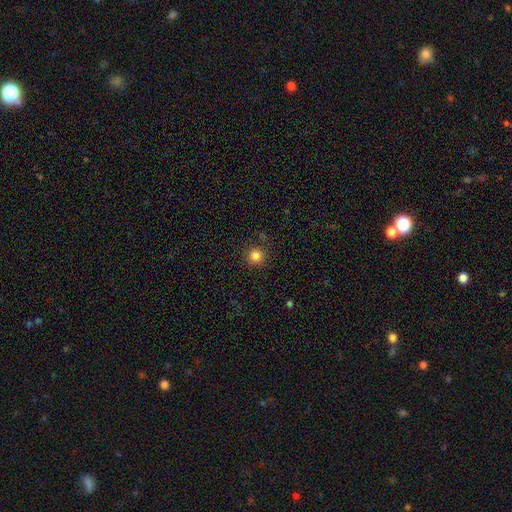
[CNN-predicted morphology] Smooth or featured? smooth (84%)
How rounded? round (95%)
Merging? none (88%)